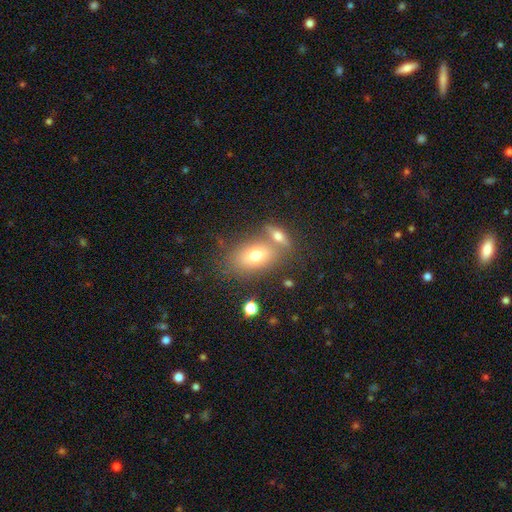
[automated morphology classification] type=smooth (70%); roundness=in between (82%); merging=none (54%).